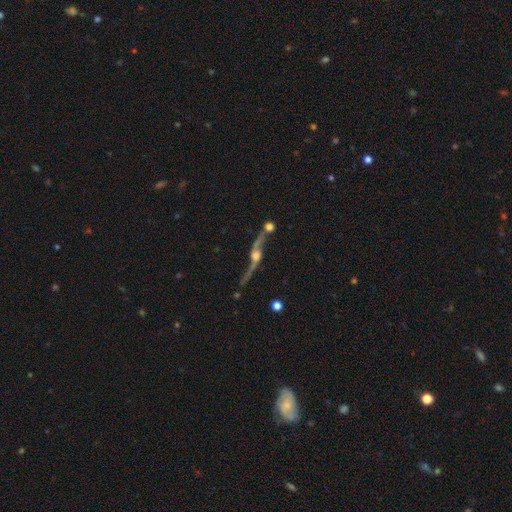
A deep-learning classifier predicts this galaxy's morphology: smooth-or-featured: featured or disk: 84% | smooth: 9% | star or artifact: 8%
  disk-edge-on: yes: 57% | no: 43%
  merging: none: 48% | merger: 22% | minor disturbance: 17% | major disturbance: 13%